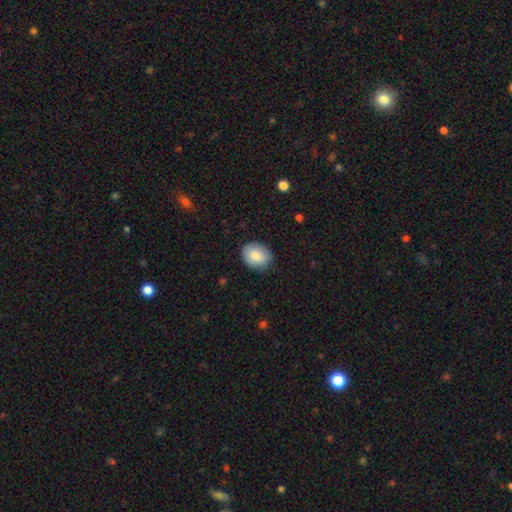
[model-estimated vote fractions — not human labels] Smooth or featured? Predicted: smooth (p=0.85). How rounded? Predicted: in between (p=0.63). Merging? Predicted: none (p=0.85).